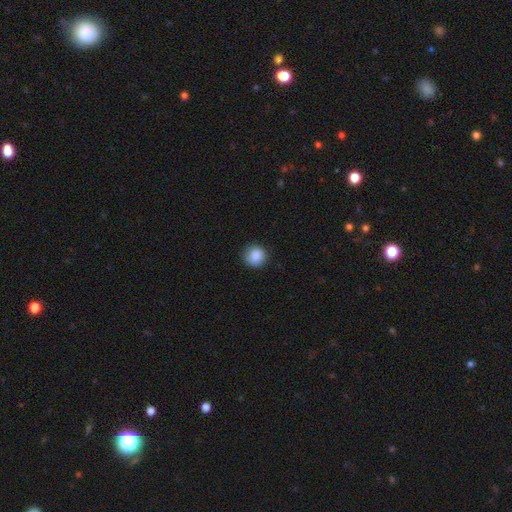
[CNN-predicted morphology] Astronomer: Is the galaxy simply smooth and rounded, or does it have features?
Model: smooth — 87%.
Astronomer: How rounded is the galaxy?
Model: round — 91%.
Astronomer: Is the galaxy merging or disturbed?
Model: none — 86%.